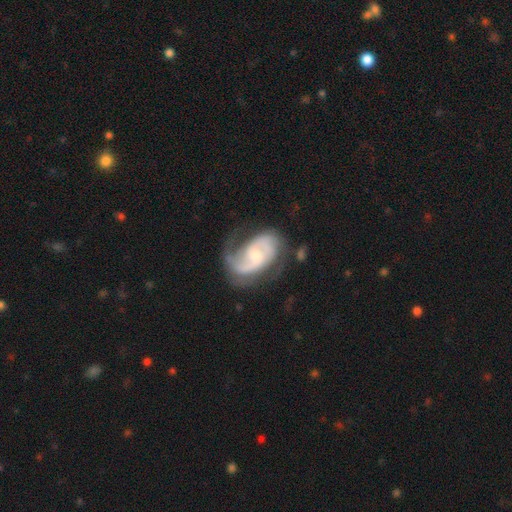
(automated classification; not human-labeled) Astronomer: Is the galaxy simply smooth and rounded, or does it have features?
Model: featured or disk — 87%.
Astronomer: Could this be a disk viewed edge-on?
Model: no — 97%.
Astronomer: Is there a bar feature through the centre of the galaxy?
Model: no — 53% (runner-up: weak, 39%).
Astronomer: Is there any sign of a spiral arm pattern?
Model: yes — 96%.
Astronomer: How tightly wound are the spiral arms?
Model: medium — 48% (runner-up: tight, 27%).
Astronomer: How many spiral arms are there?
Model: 2 — 67%.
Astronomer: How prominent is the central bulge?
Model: small — 49% (runner-up: moderate, 44%).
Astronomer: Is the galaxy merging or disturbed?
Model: none — 56%.